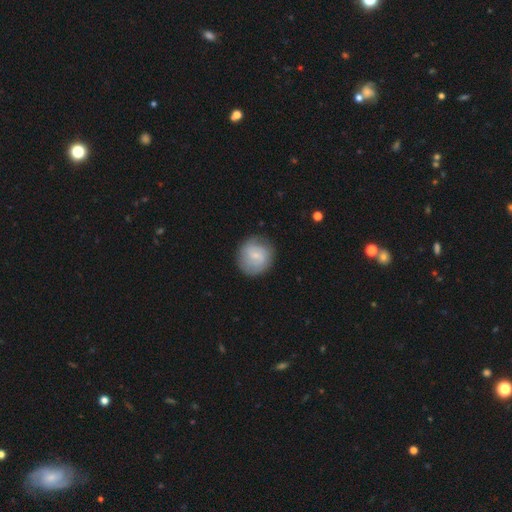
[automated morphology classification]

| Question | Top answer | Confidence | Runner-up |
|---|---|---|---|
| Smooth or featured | smooth | 51% | featured or disk (43%) |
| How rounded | round | 86% | in between (13%) |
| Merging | none | 80% | minor disturbance (14%) |